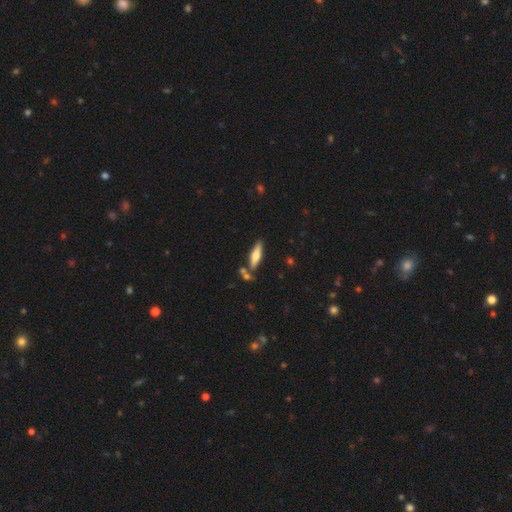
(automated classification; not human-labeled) This appears to be a smooth galaxy with no disk features (58%) that is cigar-shaped (63%). Merging: none (73%).